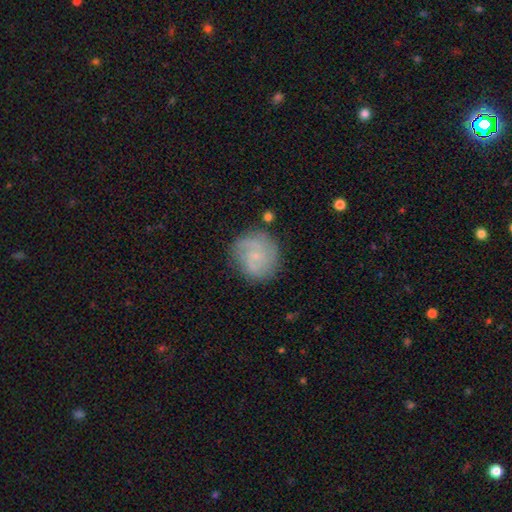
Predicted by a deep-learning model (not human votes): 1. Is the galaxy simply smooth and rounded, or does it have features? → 62% featured or disk, 30% smooth, 8% star or artifact.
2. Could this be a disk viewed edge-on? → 98% no, 2% yes.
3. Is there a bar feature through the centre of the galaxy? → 62% no, 34% weak, 4% strong.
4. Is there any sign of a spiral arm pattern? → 89% yes, 11% no.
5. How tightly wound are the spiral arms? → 42% tight, 40% medium, 18% loose.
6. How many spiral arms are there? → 40% 2, 28% can't tell, 17% 3, 7% 1, 5% 4, 4% more than 4.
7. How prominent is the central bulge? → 69% small, 18% none, 11% moderate, 1% large, 1% dominant.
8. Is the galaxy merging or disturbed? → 73% none, 18% minor disturbance, 7% major disturbance, 3% merger.